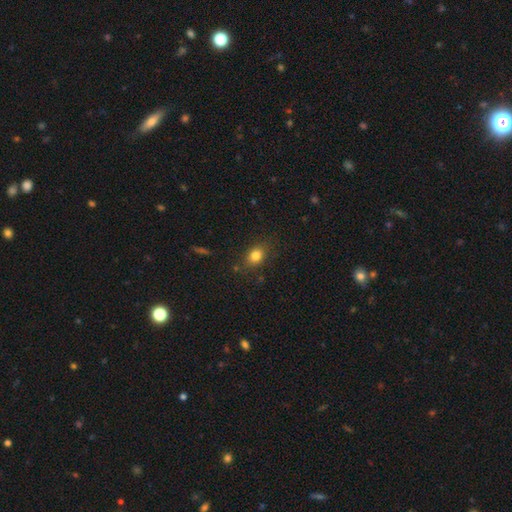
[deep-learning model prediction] Morphology: type=smooth (81%); roundness=in between (60%); merging=none (80%).